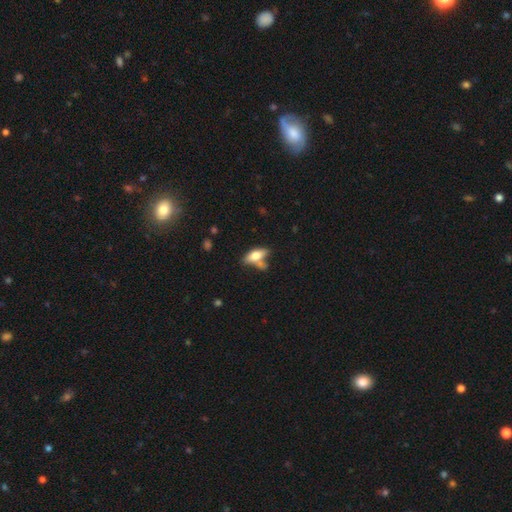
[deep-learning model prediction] A smooth galaxy with no disk features (62%) that is in between round and cigar-shaped (73%).

Vote fractions:
- Smooth or featured? smooth: 62% / featured or disk: 30% / star or artifact: 8%
- How rounded? in between: 73% / cigar-shaped: 23% / round: 4%
- Merging? none: 49% / merger: 26% / minor disturbance: 17% / major disturbance: 8%